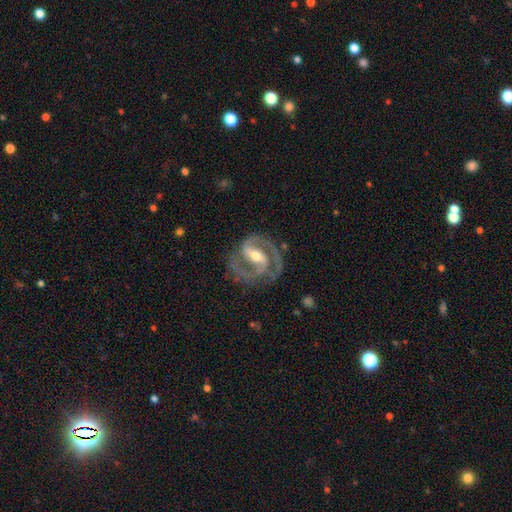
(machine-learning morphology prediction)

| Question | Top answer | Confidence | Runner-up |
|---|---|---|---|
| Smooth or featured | featured or disk | 92% | star or artifact (4%) |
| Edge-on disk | no | 97% | yes (3%) |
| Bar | strong | 54% | weak (34%) |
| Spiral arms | yes | 98% | no (2%) |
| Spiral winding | medium | 54% | tight (38%) |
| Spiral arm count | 2 | 88% | 3 (5%) |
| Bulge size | moderate | 60% | small (35%) |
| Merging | none | 78% | minor disturbance (14%) |